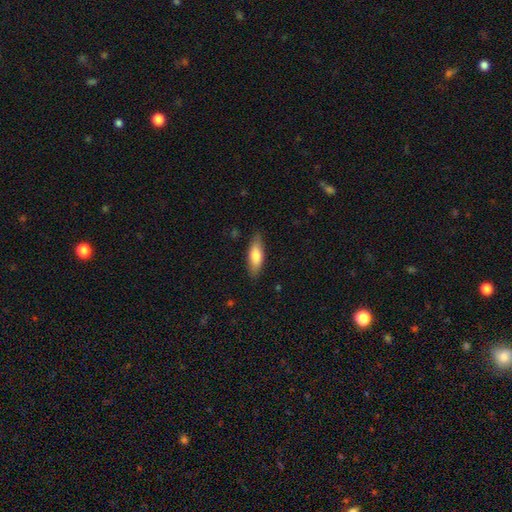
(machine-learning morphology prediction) type=smooth (74%); roundness=in between (58%); merging=none (83%).